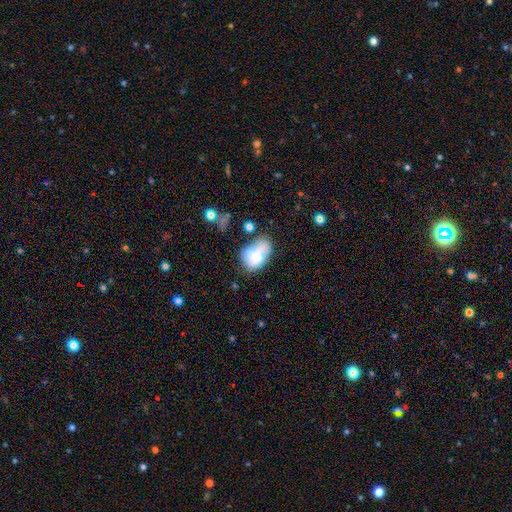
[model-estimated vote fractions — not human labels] smooth_or_featured: smooth (p=0.68) [alt: featured or disk p=0.23]
how_rounded: in between (p=0.85) [alt: round p=0.14]
merging: none (p=0.32) [alt: minor disturbance p=0.27]